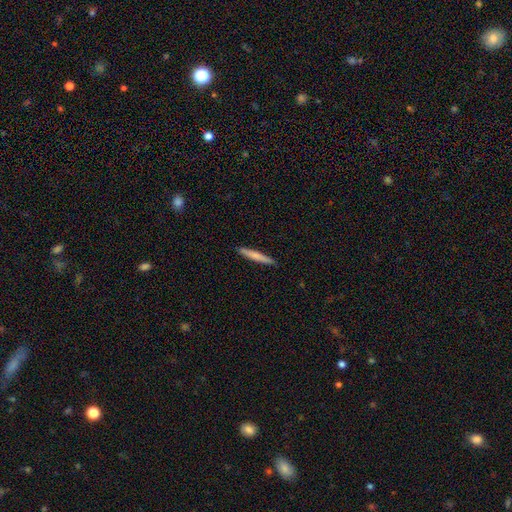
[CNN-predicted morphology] A smooth galaxy with no disk features (71%) that is cigar-shaped (96%). Merging: none (91%).